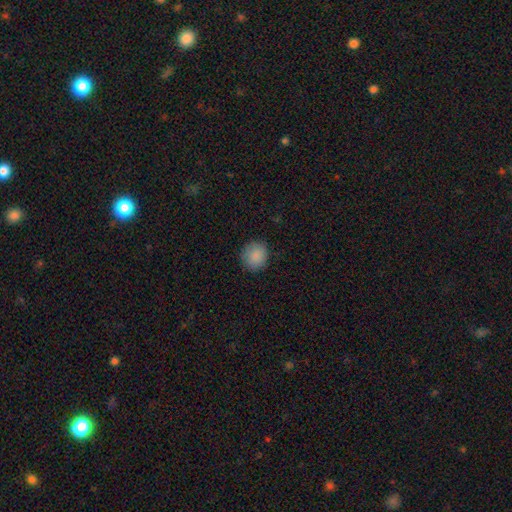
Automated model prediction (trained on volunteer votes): Morphology: type=smooth (88%); roundness=round (86%); merging=none (88%).